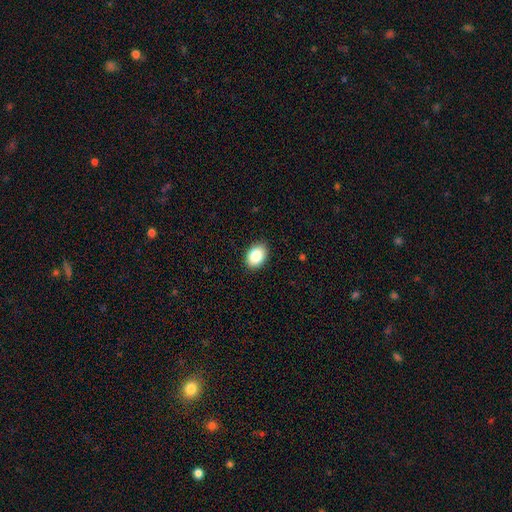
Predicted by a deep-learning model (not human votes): Q: Smooth or featured?
A: smooth (87%); runner-up: star or artifact (7%)
Q: How rounded?
A: in between (79%); runner-up: round (20%)
Q: Merging?
A: none (89%); runner-up: minor disturbance (8%)